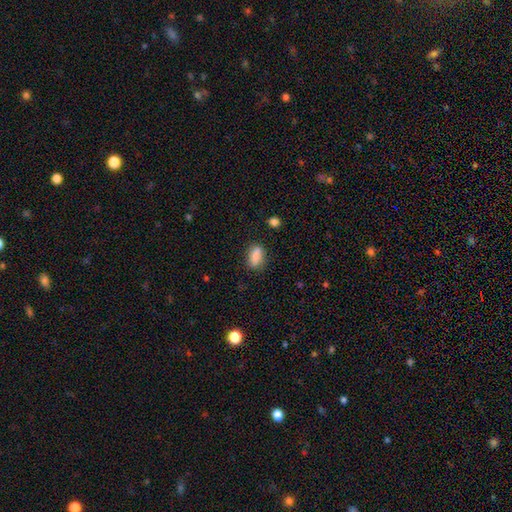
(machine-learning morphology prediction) Q: Smooth or featured?
A: smooth (82%); runner-up: featured or disk (10%)
Q: How rounded?
A: in between (74%); runner-up: cigar-shaped (19%)
Q: Merging?
A: none (77%); runner-up: minor disturbance (16%)